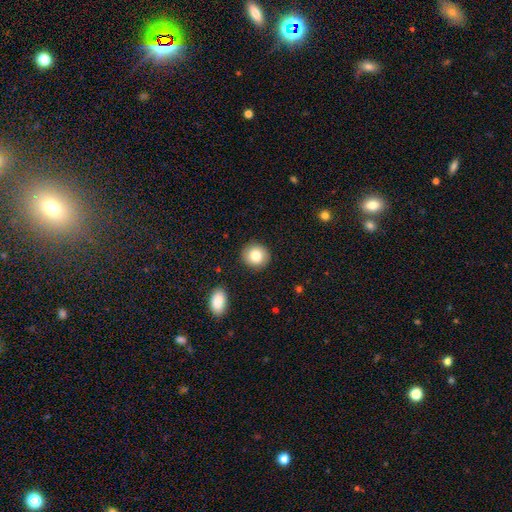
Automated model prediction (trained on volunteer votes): Q: Smooth or featured?
A: smooth (82%); runner-up: featured or disk (10%)
Q: How rounded?
A: round (87%); runner-up: in between (12%)
Q: Merging?
A: none (89%); runner-up: minor disturbance (7%)